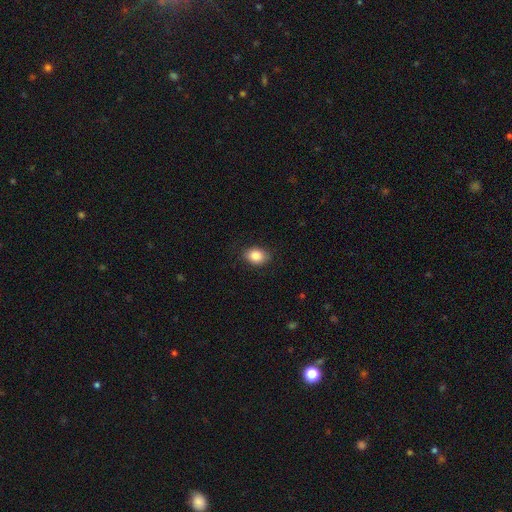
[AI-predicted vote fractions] Q: Smooth or featured?
A: smooth (86%); runner-up: star or artifact (8%)
Q: How rounded?
A: in between (67%); runner-up: round (32%)
Q: Merging?
A: none (85%); runner-up: minor disturbance (11%)